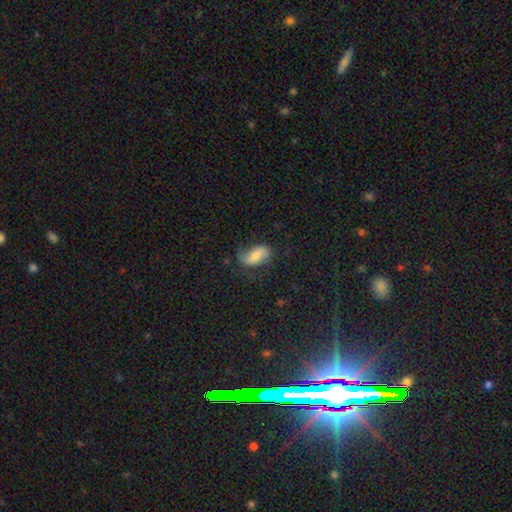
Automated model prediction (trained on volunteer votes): This is possibly a featured or disk galaxy (50%). It is clearly not viewed edge-on (95%). Merging: possibly none (56%).